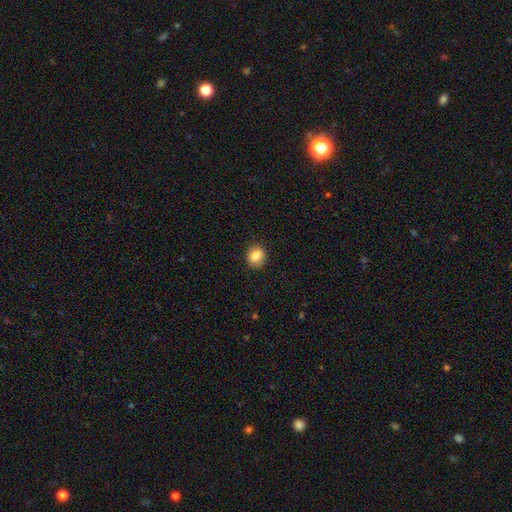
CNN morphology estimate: Smooth or featured? smooth (83%)
How rounded? round (59%)
Merging? none (84%)